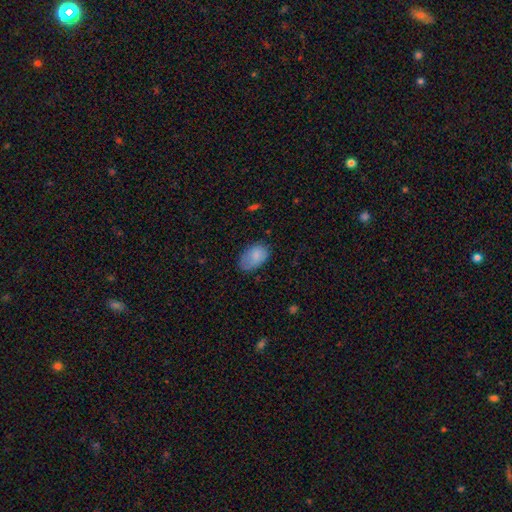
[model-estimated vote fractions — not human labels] Smooth or featured: smooth — 82% (featured or disk — 11%)
How rounded: in between — 90% (round — 9%)
Merging: none — 60% (minor disturbance — 30%)